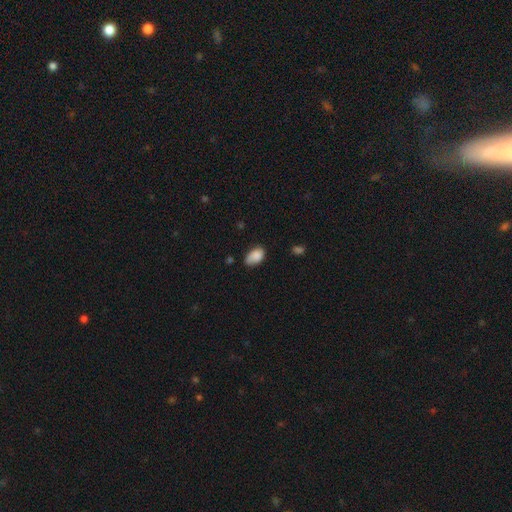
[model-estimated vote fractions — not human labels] Overall: smooth (84%). How rounded: in between (91%). Merging: none (56%; minor disturbance 34%).